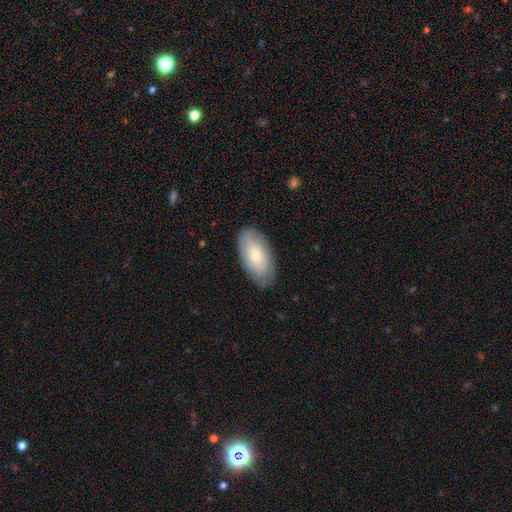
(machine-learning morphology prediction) smooth_or_featured: smooth (p=0.67) [alt: featured or disk p=0.27]
how_rounded: in between (p=0.94) [alt: cigar-shaped p=0.03]
merging: none (p=0.83) [alt: minor disturbance p=0.13]